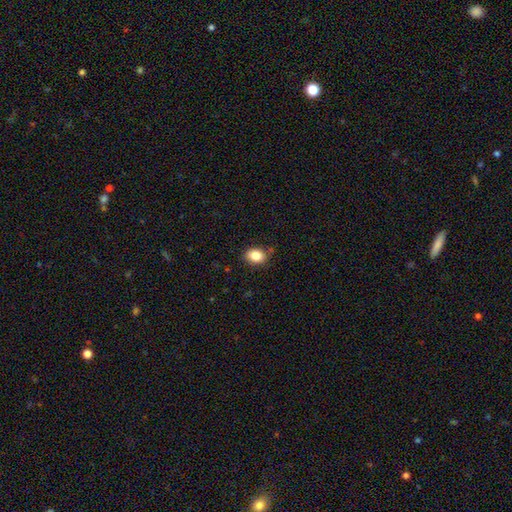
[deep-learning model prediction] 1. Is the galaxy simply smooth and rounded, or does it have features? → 85% smooth, 9% star or artifact, 6% featured or disk.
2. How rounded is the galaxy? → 67% in between, 32% round, 1% cigar-shaped.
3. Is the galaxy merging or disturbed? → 84% none, 11% minor disturbance, 2% major disturbance, 2% merger.